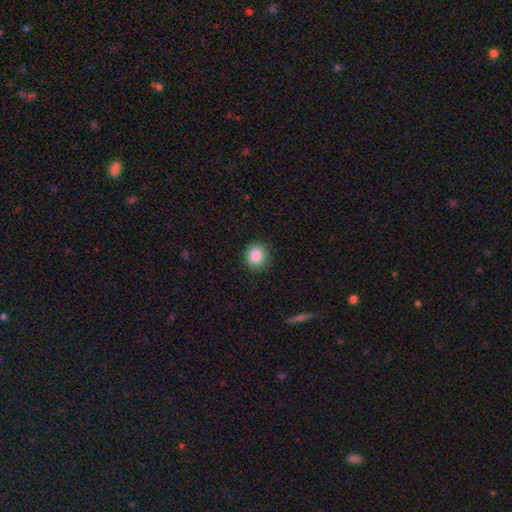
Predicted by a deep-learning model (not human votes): Morphology: type=smooth (86%); roundness=round (85%); merging=none (88%).